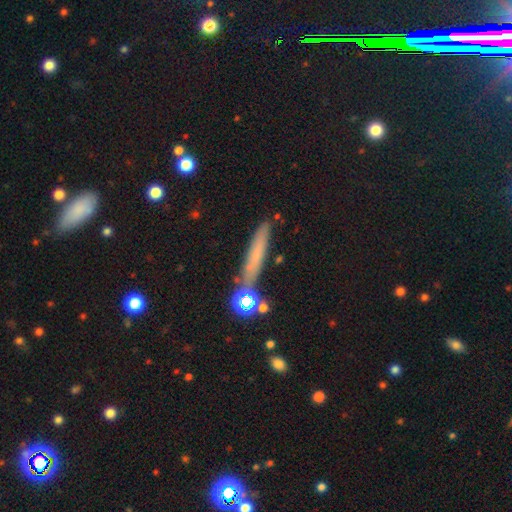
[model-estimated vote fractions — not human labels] Smooth or featured? smooth (58%)
How rounded? cigar-shaped (91%)
Merging? none (78%)